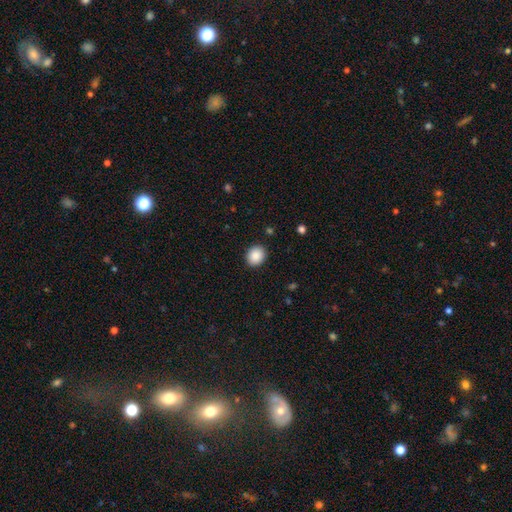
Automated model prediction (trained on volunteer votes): Smooth or featured? smooth (89%)
How rounded? round (68%)
Merging? none (90%)